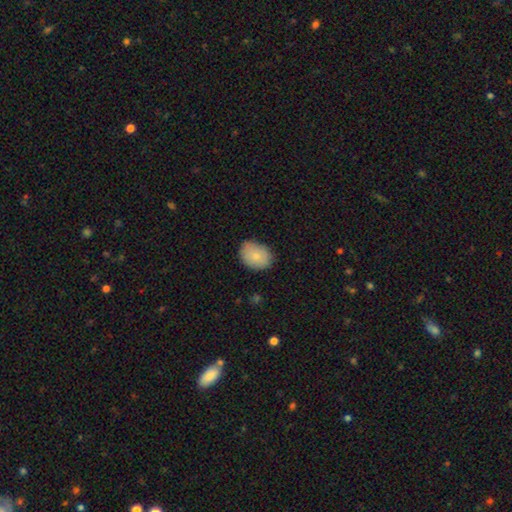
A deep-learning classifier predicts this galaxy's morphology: The model was most divided on "how rounded": in between: 70%, round: 29%, cigar-shaped: 1%. More confident: smooth or featured — smooth (82%); merging — none (76%).